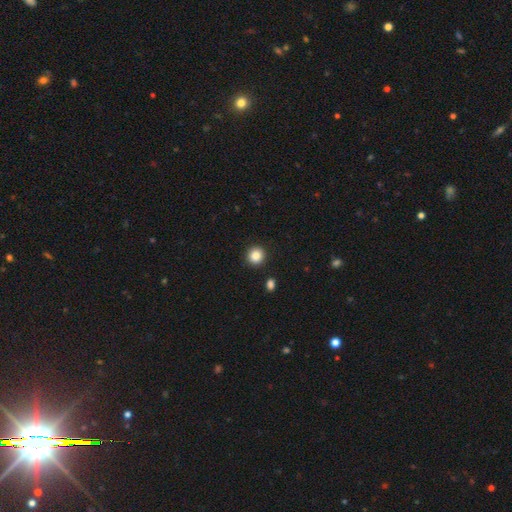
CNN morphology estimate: smooth-or-featured: smooth: 86% | star or artifact: 10% | featured or disk: 4%
  how-rounded: round: 92% | in between: 7% | cigar-shaped: 1%
  merging: none: 91% | minor disturbance: 5% | merger: 2% | major disturbance: 2%